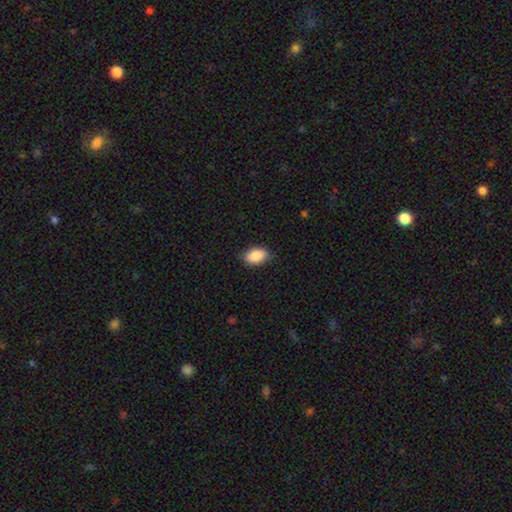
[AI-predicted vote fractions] smooth 89%, star or artifact 7%, featured or disk 5%. Down the decision tree: how rounded — in between (91%); merging — none (85%).